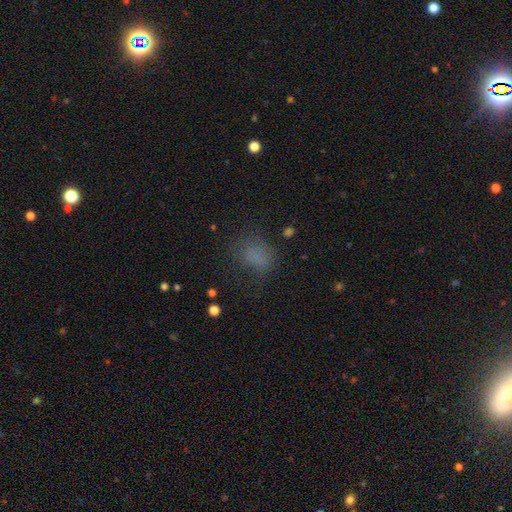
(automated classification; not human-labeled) This appears to be a smooth galaxy with no disk features (72%) that is in between round and cigar-shaped (55%). Merging: none (63%).